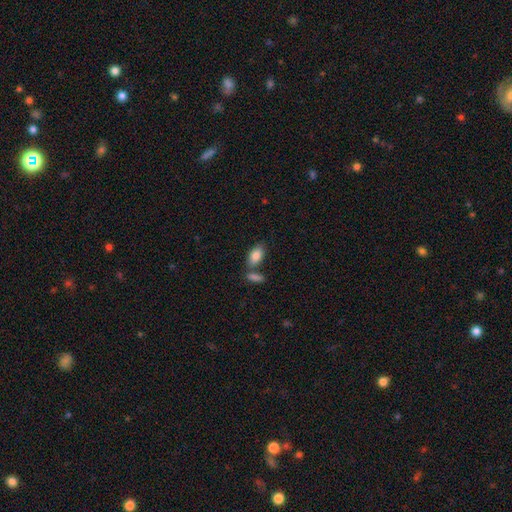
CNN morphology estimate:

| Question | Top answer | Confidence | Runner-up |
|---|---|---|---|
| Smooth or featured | smooth | 85% | featured or disk (8%) |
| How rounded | in between | 92% | cigar-shaped (4%) |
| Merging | none | 60% | merger (25%) |